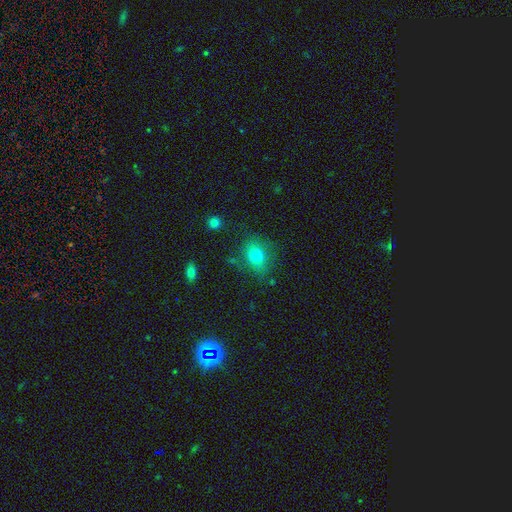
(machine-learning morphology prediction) This appears to be a smooth galaxy with no disk features (77%) that is in between round and cigar-shaped (57%). Merging: none (76%).